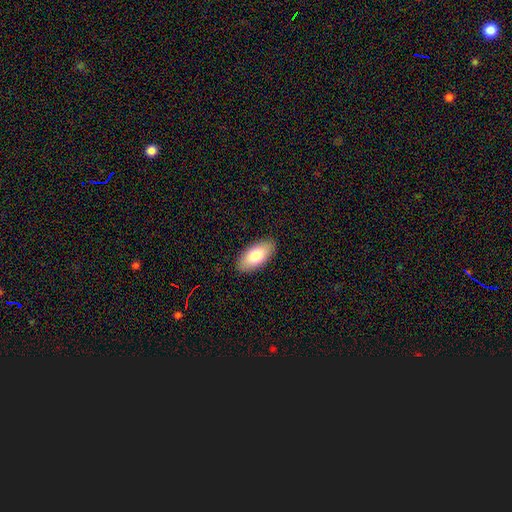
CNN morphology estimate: Smooth or featured: smooth — 78% (featured or disk — 16%)
How rounded: in between — 92% (cigar-shaped — 5%)
Merging: none — 89% (minor disturbance — 8%)